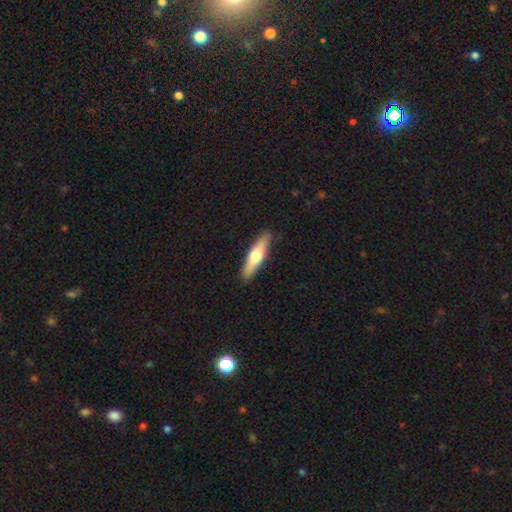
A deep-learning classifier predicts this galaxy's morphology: A smooth galaxy with no disk features (49%). Merging: none (88%).